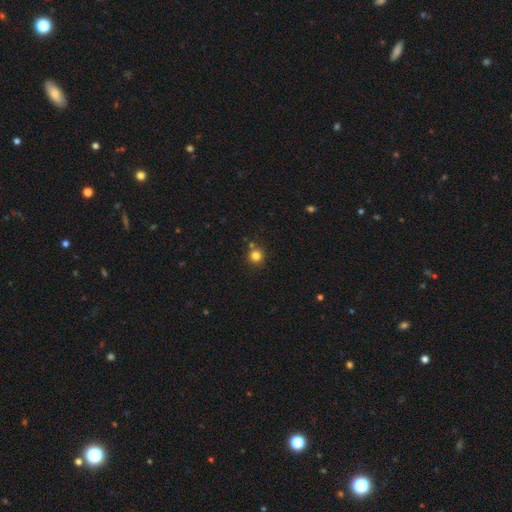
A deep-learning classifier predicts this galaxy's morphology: Q: Smooth or featured?
A: smooth (81%); runner-up: star or artifact (14%)
Q: How rounded?
A: round (93%); runner-up: in between (6%)
Q: Merging?
A: none (82%); runner-up: merger (8%)